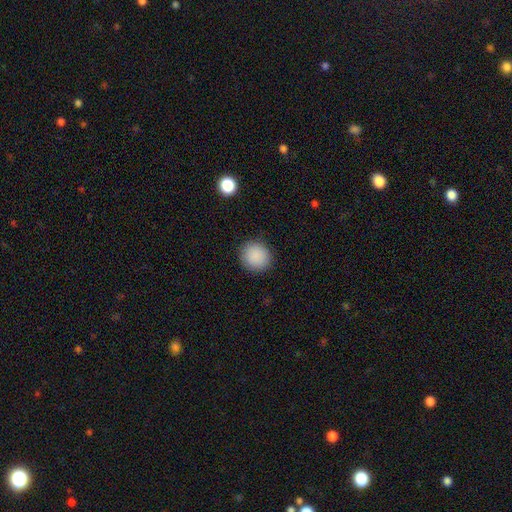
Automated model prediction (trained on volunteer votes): smooth_or_featured: smooth (p=0.89) [alt: star or artifact p=0.08]
how_rounded: round (p=0.91) [alt: in between p=0.08]
merging: none (p=0.91) [alt: minor disturbance p=0.06]